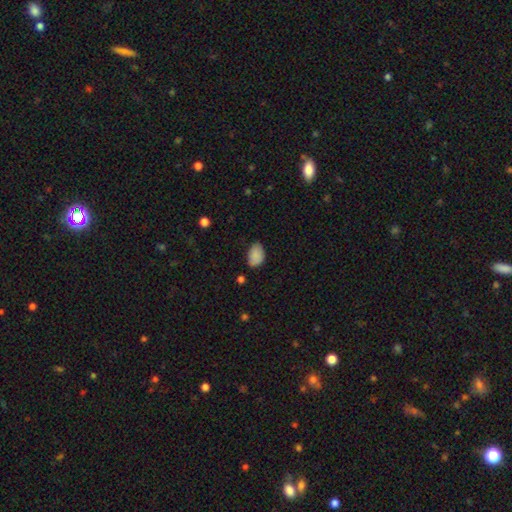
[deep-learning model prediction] Smooth or featured: smooth — 87% (star or artifact — 8%)
How rounded: in between — 88% (round — 11%)
Merging: none — 70% (minor disturbance — 24%)